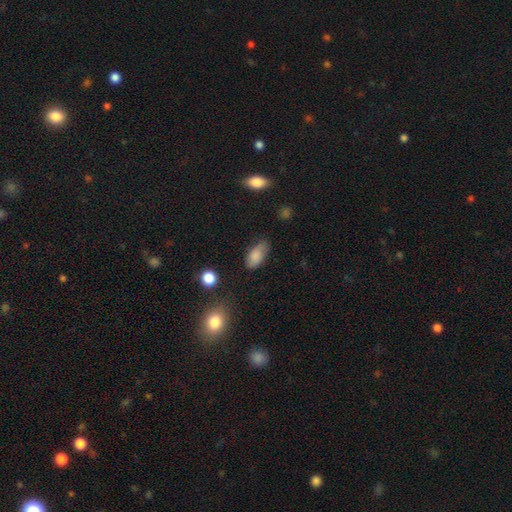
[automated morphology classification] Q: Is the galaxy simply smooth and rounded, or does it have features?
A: smooth — 80%.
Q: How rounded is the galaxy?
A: in between — 92%.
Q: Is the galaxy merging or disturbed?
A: none — 68%.